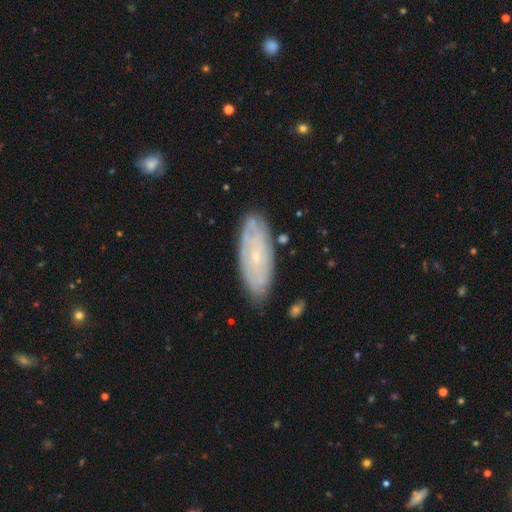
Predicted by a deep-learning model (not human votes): Morphology: type=featured or disk (62%); edge-on=no (85%); bar=no (81%); spiral arms=yes (71%); bulge=small (83%); merging=none (80%).